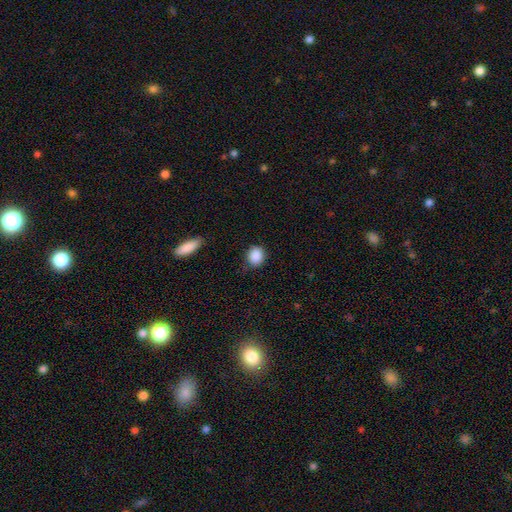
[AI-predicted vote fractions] A smooth galaxy with no disk features (88%) that is round (66%). Merging: none (77%).